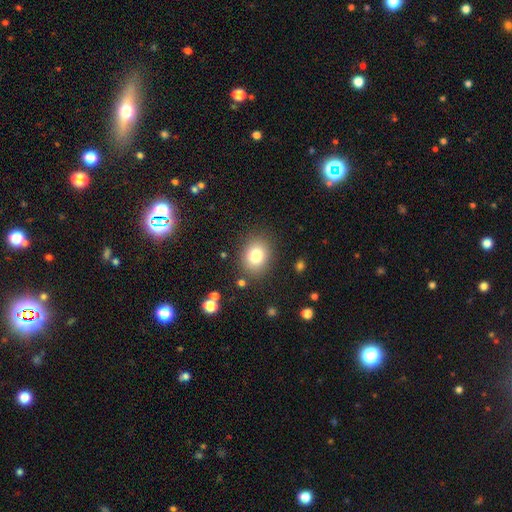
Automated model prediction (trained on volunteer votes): smooth_or_featured: smooth (p=0.79) [alt: star or artifact p=0.11]
how_rounded: round (p=0.51) [alt: in between p=0.48]
merging: none (p=0.84) [alt: minor disturbance p=0.10]